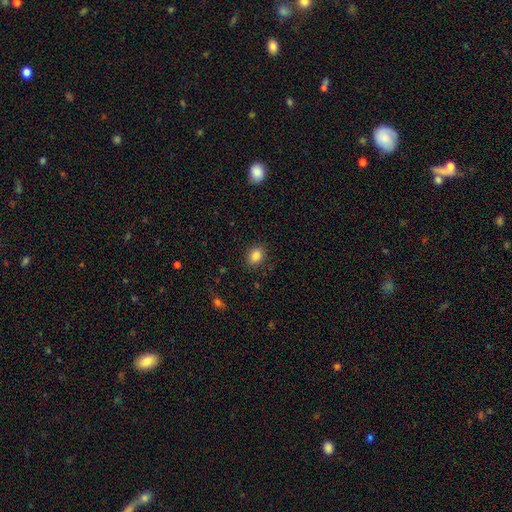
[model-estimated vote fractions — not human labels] This is clearly a smooth galaxy (85%). How rounded: possibly in between (59%). Merging: clearly none (87%).